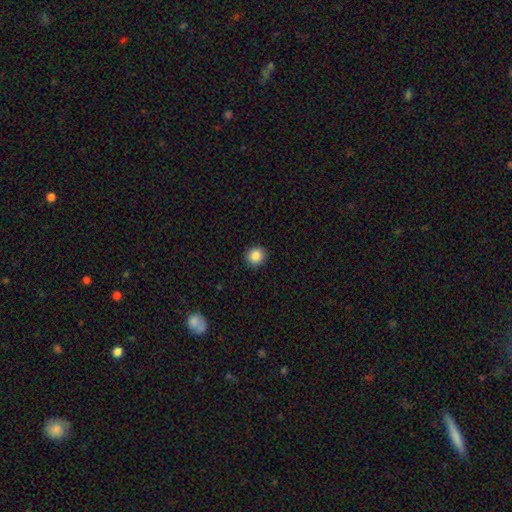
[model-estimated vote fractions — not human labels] This appears to be a smooth galaxy with no disk features (87%) that is round (87%). Merging: none (92%).